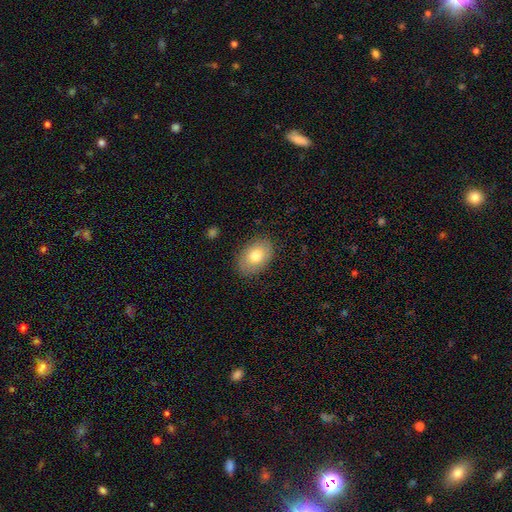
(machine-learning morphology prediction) Smooth or featured? Predicted: smooth (p=0.78). How rounded? Predicted: in between (p=0.83). Merging? Predicted: none (p=0.86).